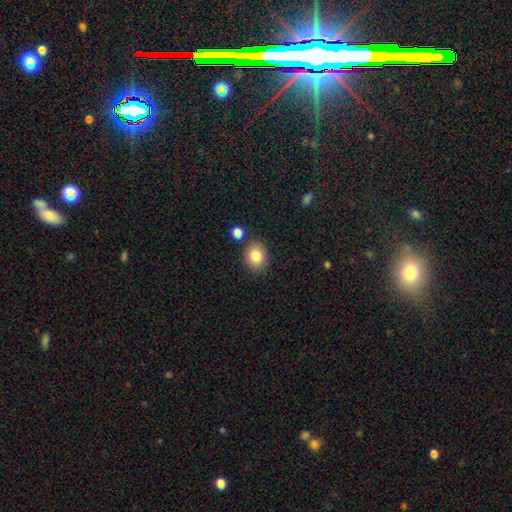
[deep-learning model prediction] Overall: smooth (84%). How rounded: round (63%; in between 36%). Merging: none (81%).